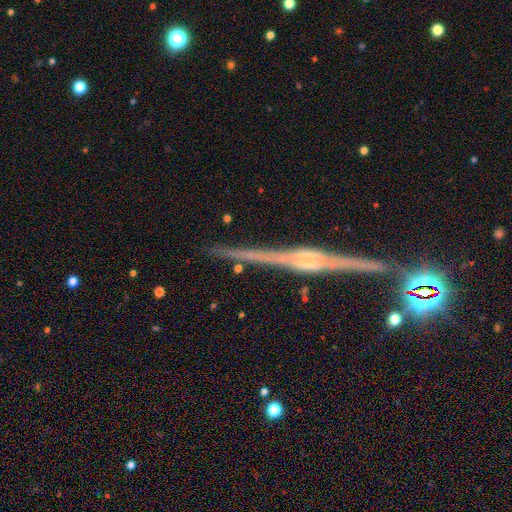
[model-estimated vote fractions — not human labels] A featured or disk galaxy (85%) viewed edge-on (98%) with a rounded central bulge (54%).

Vote fractions:
- Smooth or featured? featured or disk: 85% / star or artifact: 9% / smooth: 6%
- Edge-on disk? yes: 98% / no: 2%
- Edge-on bulge? rounded: 54% / boxy: 33% / none: 13%
- Merging? none: 89% / minor disturbance: 7% / merger: 2% / major disturbance: 2%